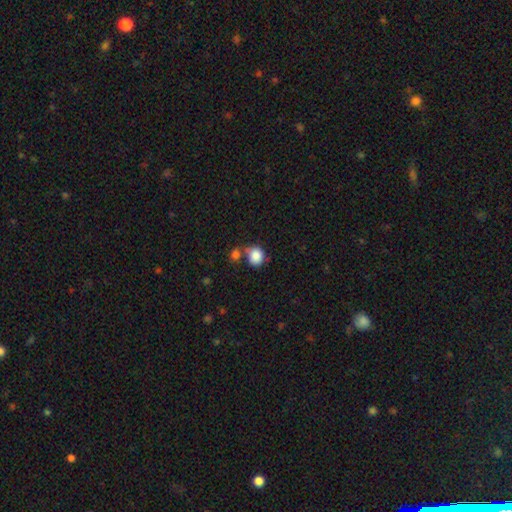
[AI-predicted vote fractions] The model was most divided on "merging": none: 51%, merger: 31%, minor disturbance: 13%, major disturbance: 5%. More confident: smooth or featured — smooth (86%); how rounded — round (78%).